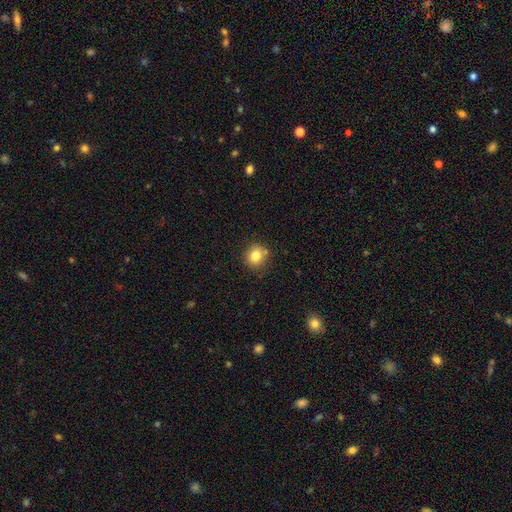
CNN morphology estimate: smooth-or-featured: smooth: 81% | star or artifact: 11% | featured or disk: 8%
  how-rounded: round: 89% | in between: 10% | cigar-shaped: 1%
  merging: none: 81% | minor disturbance: 11% | merger: 5% | major disturbance: 3%